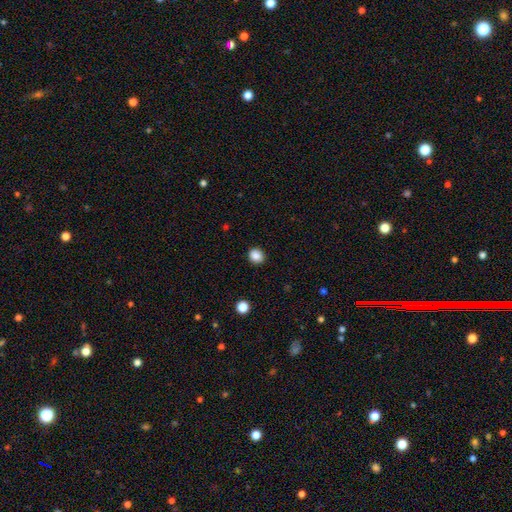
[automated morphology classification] Smooth or featured: smooth — 86% (star or artifact — 10%)
How rounded: round — 77% (in between — 22%)
Merging: none — 91% (minor disturbance — 6%)